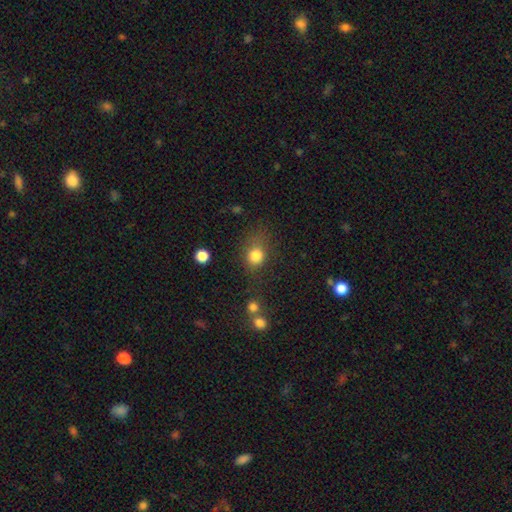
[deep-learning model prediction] Morphology: type=smooth (82%); roundness=round (71%); merging=none (65%).